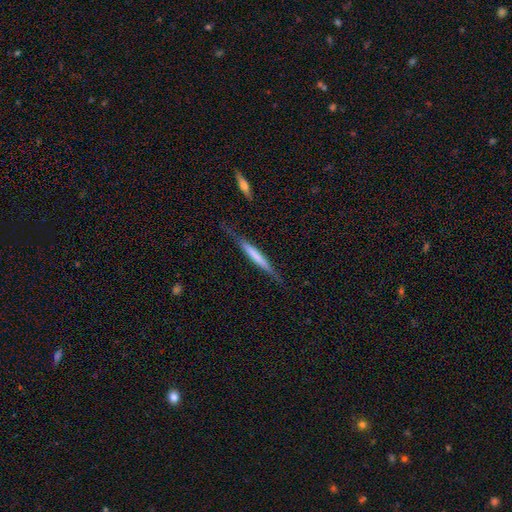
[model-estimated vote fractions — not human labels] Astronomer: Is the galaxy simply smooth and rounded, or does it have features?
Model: smooth — 49% (runner-up: featured or disk, 46%).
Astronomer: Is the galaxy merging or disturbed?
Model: none — 71%.